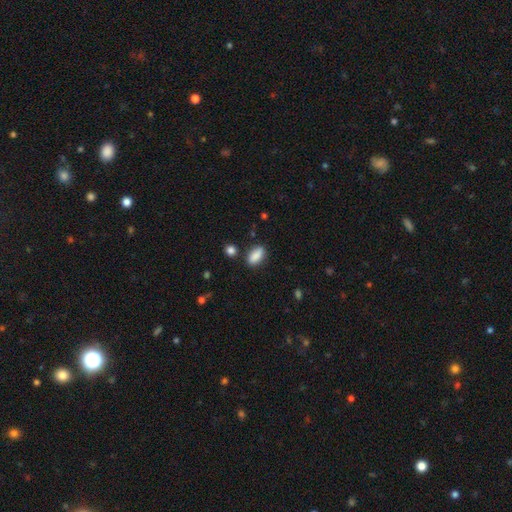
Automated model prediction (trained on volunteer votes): Q: Smooth or featured?
A: smooth (87%); runner-up: star or artifact (8%)
Q: How rounded?
A: in between (83%); runner-up: cigar-shaped (13%)
Q: Merging?
A: none (81%); runner-up: minor disturbance (12%)